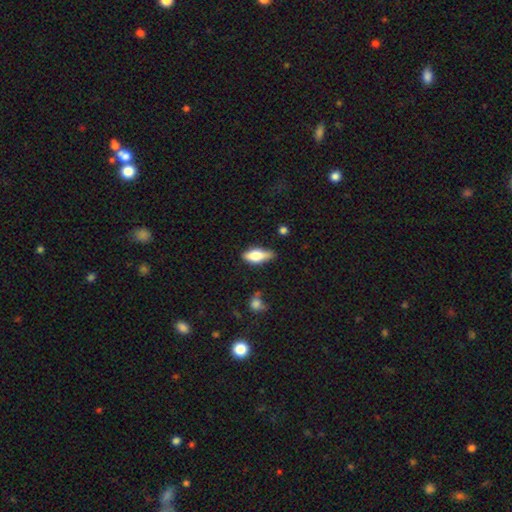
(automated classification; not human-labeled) Morphology: type=smooth (67%); roundness=in between (76%); merging=none (64%).